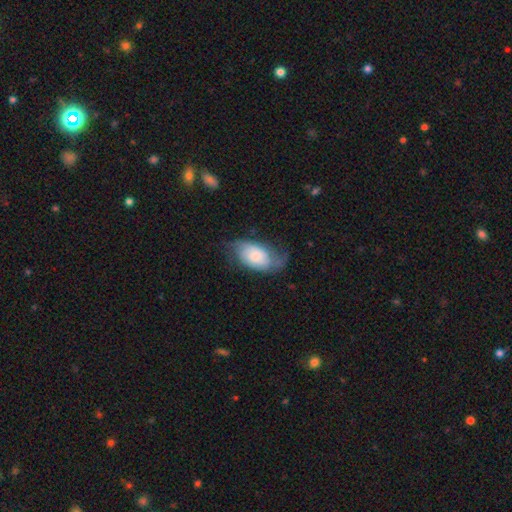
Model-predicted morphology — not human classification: Smooth or featured?
  - smooth: 50% *
  - featured or disk: 43%
  - star or artifact: 7%
Merging?
  - none: 48% *
  - minor disturbance: 32%
  - major disturbance: 19%
  - merger: 2%